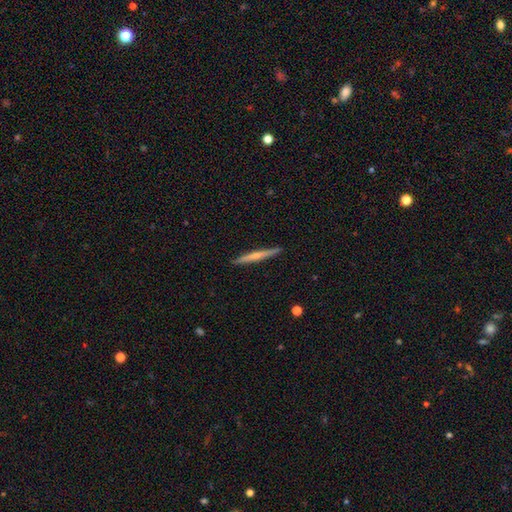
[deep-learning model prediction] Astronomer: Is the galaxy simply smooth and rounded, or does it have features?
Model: featured or disk — 51% (runner-up: smooth, 44%).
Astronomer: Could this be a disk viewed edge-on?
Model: yes — 97%.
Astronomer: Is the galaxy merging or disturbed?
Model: none — 91%.